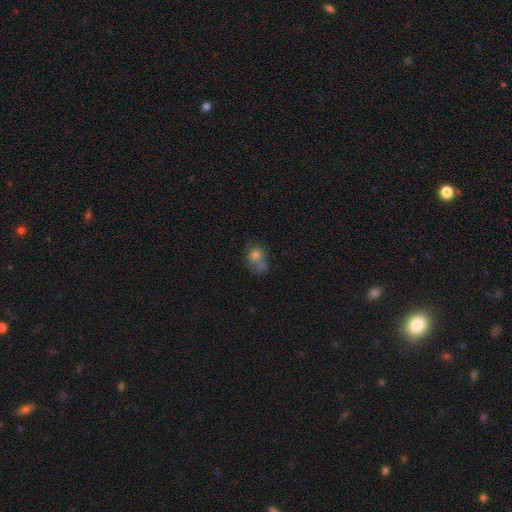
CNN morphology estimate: The model was most divided on "how rounded": round: 52%, in between: 47%, cigar-shaped: 2%. Remaining: smooth or featured — smooth (66%); merging — none (37%).